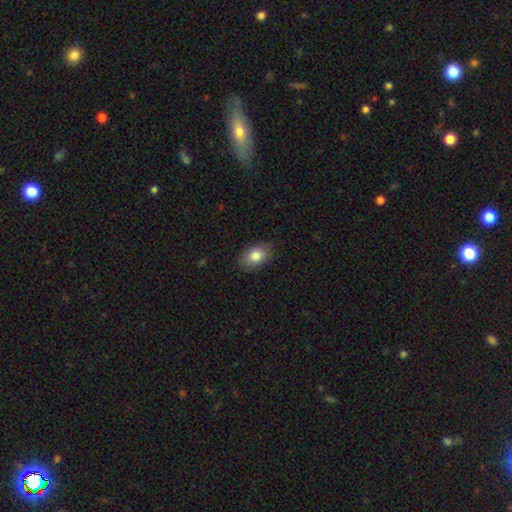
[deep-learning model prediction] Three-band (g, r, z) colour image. It shows a smooth galaxy with no disk features (83%) that is in between round and cigar-shaped (87%). Merging: none (84%).